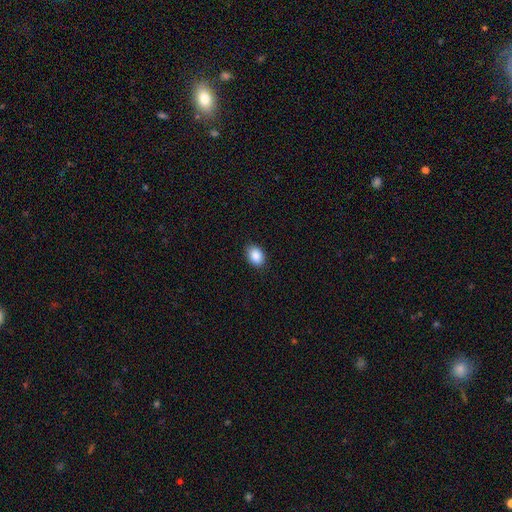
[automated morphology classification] smooth 89%, star or artifact 8%, featured or disk 3%. Down the decision tree: how rounded — in between (71%); merging — none (89%).